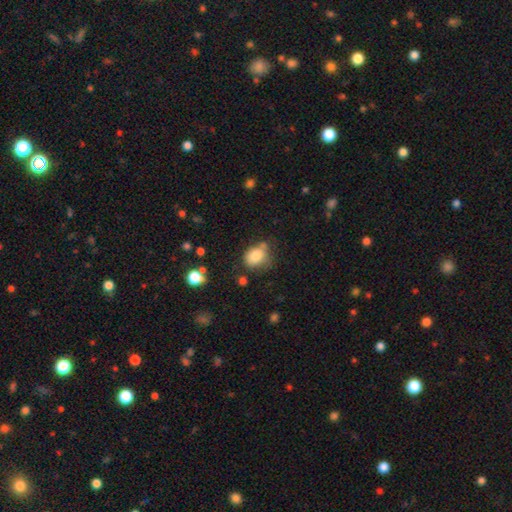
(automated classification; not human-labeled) Q: Smooth or featured?
A: smooth (80%); runner-up: star or artifact (10%)
Q: How rounded?
A: in between (52%); runner-up: round (47%)
Q: Merging?
A: none (50%); runner-up: minor disturbance (28%)